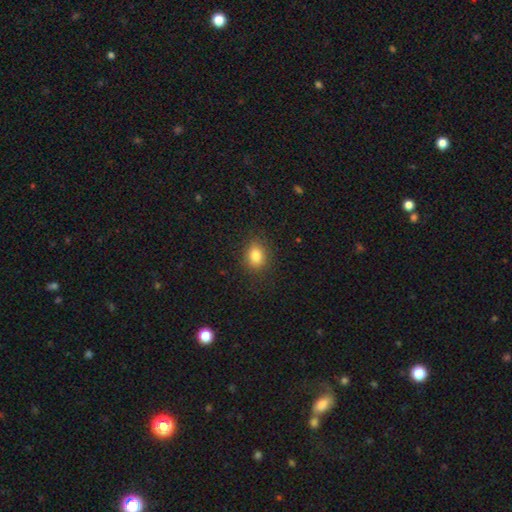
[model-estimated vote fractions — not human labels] A smooth galaxy with no disk features (83%) that is in between round and cigar-shaped (56%). Merging: none (86%).